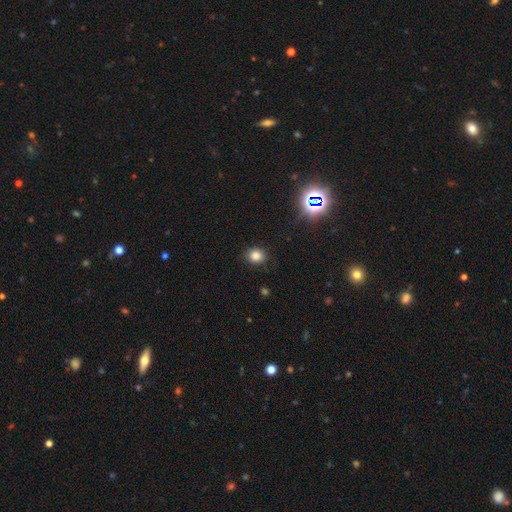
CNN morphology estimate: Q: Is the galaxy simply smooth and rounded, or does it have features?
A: smooth — 81%.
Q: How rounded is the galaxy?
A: round — 72%.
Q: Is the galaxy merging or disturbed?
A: none — 84%.